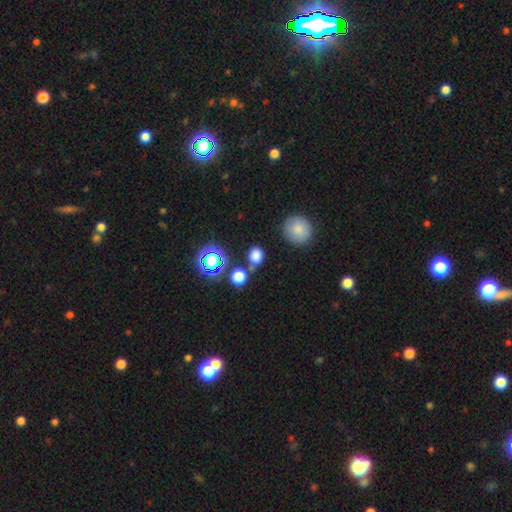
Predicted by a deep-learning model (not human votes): smooth_or_featured: smooth (p=0.78) [alt: star or artifact p=0.17]
how_rounded: round (p=0.68) [alt: in between p=0.31]
merging: none (p=0.67) [alt: merger p=0.16]